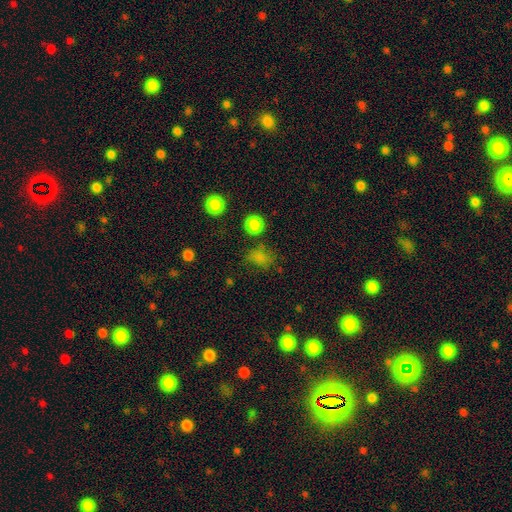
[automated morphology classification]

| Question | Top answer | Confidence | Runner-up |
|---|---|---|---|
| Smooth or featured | smooth | 64% | star or artifact (28%) |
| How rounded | round | 53% | in between (45%) |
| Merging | none | 68% | minor disturbance (17%) |